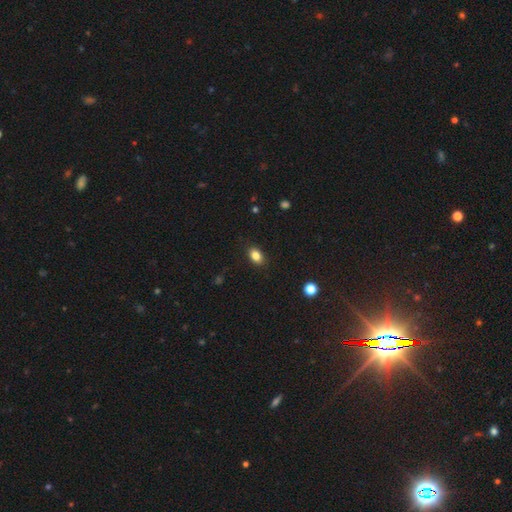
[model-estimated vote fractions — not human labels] Smooth or featured?
  - smooth: 84% *
  - star or artifact: 10%
  - featured or disk: 6%
How rounded?
  - in between: 82% *
  - round: 16%
  - cigar-shaped: 1%
Merging?
  - none: 88% *
  - minor disturbance: 9%
  - major disturbance: 2%
  - merger: 1%